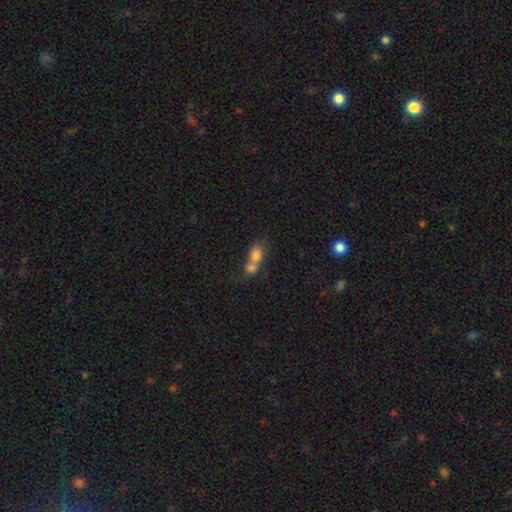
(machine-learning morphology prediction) A smooth galaxy with no disk features (75%) that is in between round and cigar-shaped (66%).

Vote fractions:
- Smooth or featured? smooth: 75% / featured or disk: 15% / star or artifact: 10%
- How rounded? in between: 66% / round: 29% / cigar-shaped: 4%
- Merging? merger: 73% / none: 17% / minor disturbance: 6% / major disturbance: 4%